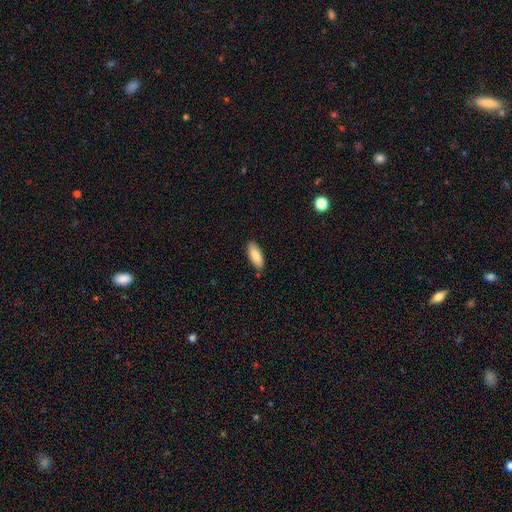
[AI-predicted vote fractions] Overall: smooth (85%). How rounded: in between (78%). Merging: none (83%).